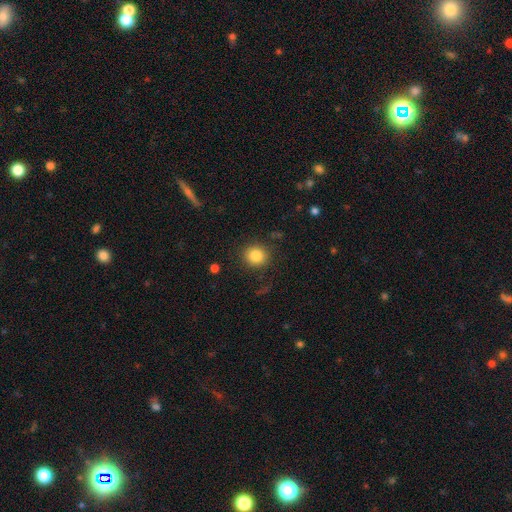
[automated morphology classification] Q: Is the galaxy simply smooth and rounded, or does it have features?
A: smooth — 85%.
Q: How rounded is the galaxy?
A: round — 87%.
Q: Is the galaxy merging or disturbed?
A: none — 86%.